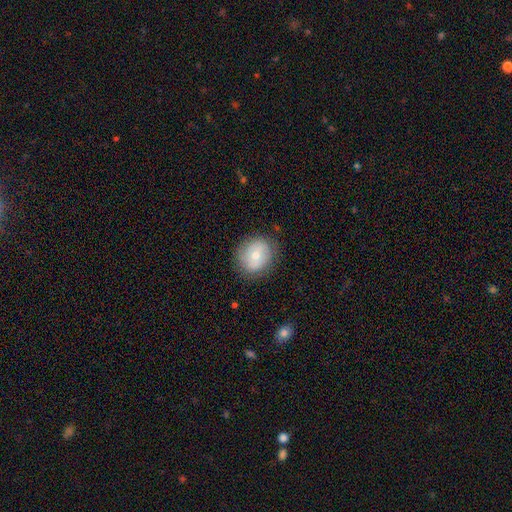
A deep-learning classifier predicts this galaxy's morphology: Smooth or featured? Predicted: smooth (p=0.60). How rounded? Predicted: round (p=0.71). Merging? Predicted: none (p=0.80).